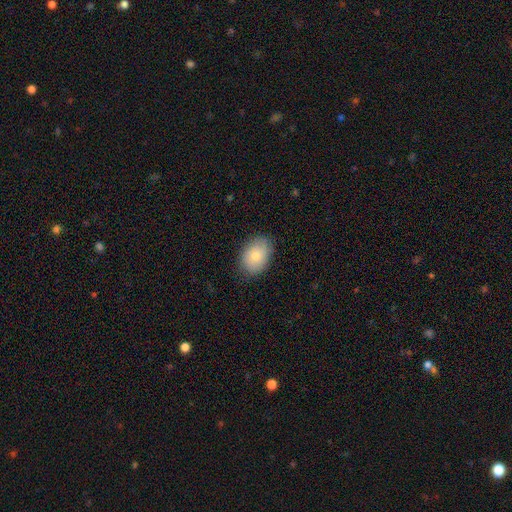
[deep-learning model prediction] Smooth or featured? smooth (79%)
How rounded? in between (78%)
Merging? none (80%)